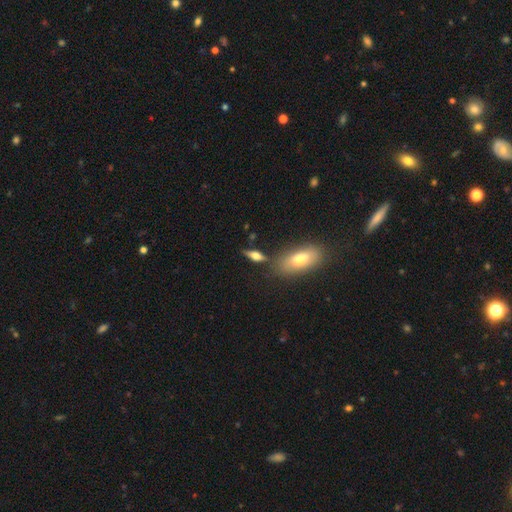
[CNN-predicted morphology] Smooth or featured: smooth — 55% (featured or disk — 37%)
How rounded: in between — 59% (cigar-shaped — 34%)
Merging: none — 67% (minor disturbance — 16%)